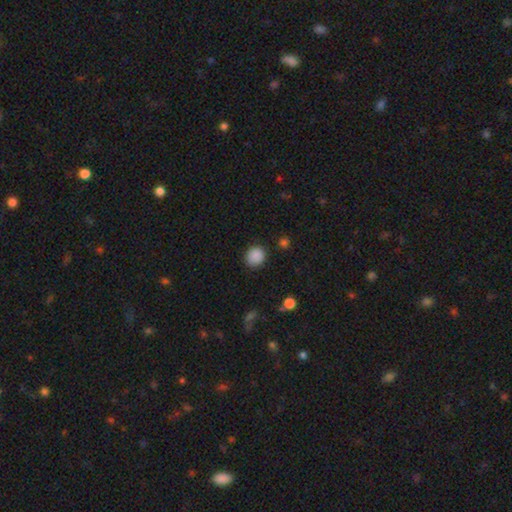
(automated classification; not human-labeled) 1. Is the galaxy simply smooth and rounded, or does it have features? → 87% smooth, 10% star or artifact, 3% featured or disk.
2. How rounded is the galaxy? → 85% round, 14% in between, 1% cigar-shaped.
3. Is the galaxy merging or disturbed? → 86% none, 10% minor disturbance, 3% major disturbance, 2% merger.